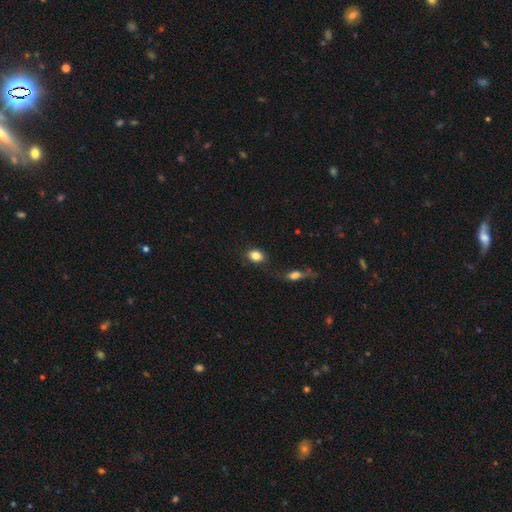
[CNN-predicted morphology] This is clearly a smooth galaxy (84%). How rounded: possibly in between (60%). Merging: likely none (77%).